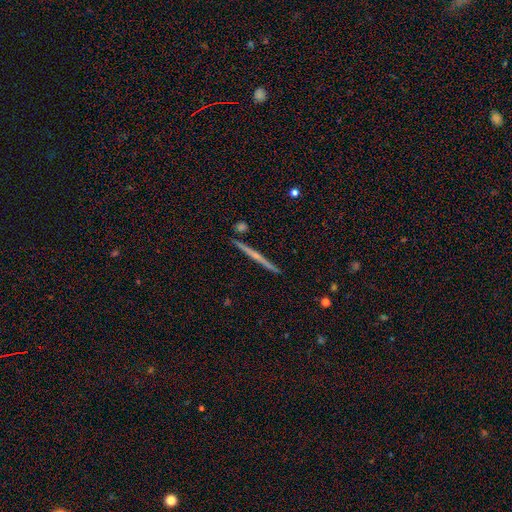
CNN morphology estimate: Smooth or featured?
  - featured or disk: 66% *
  - smooth: 27%
  - star or artifact: 6%
Edge-on disk?
  - yes: 98% *
  - no: 2%
Edge-on bulge?
  - none: 55% *
  - rounded: 39%
  - boxy: 6%
Merging?
  - none: 90% *
  - minor disturbance: 6%
  - merger: 2%
  - major disturbance: 1%